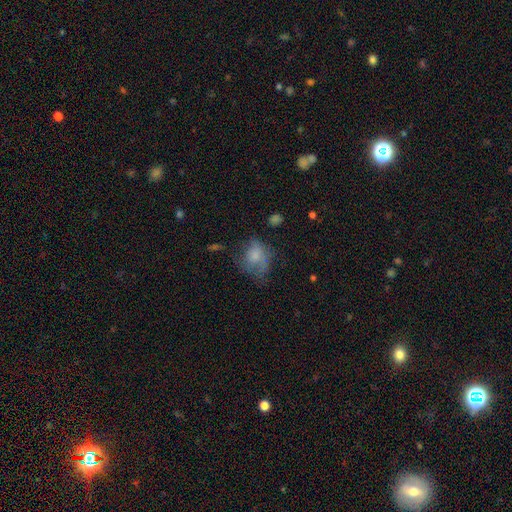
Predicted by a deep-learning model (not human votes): This is likely a smooth galaxy (66%). How rounded: possibly in between (54%). Merging: marginally none (37%).